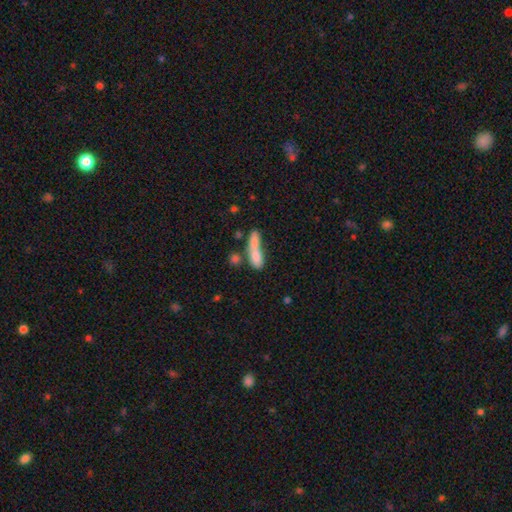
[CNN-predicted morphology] Smooth or featured?
  - smooth: 75% *
  - featured or disk: 16%
  - star or artifact: 9%
How rounded?
  - cigar-shaped: 51% *
  - in between: 43%
  - round: 6%
Merging?
  - merger: 48% *
  - none: 29%
  - minor disturbance: 13%
  - major disturbance: 9%